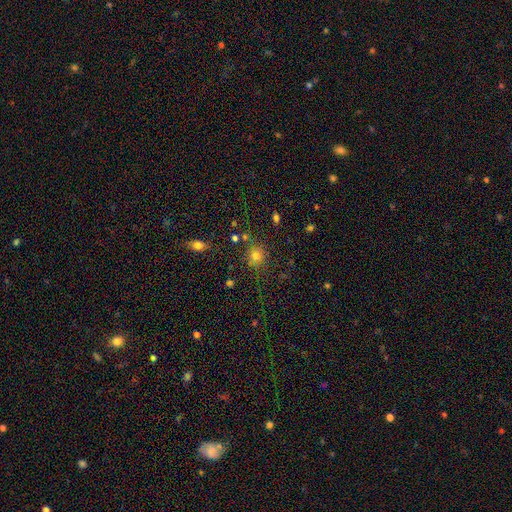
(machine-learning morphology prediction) Overall: smooth (73%). How rounded: round (84%). Merging: none (78%).